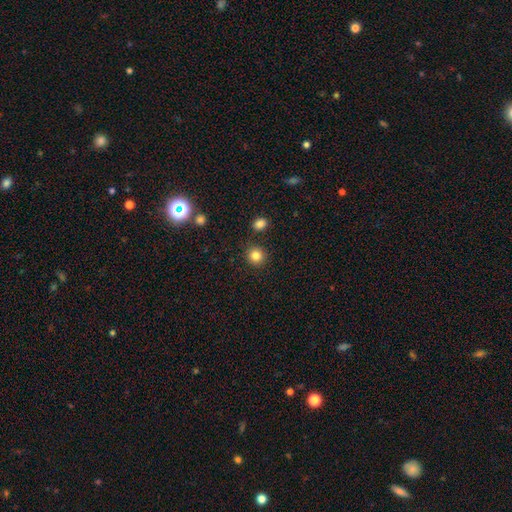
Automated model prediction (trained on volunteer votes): This is clearly a smooth galaxy (84%). How rounded: clearly round (92%). Merging: clearly none (88%).